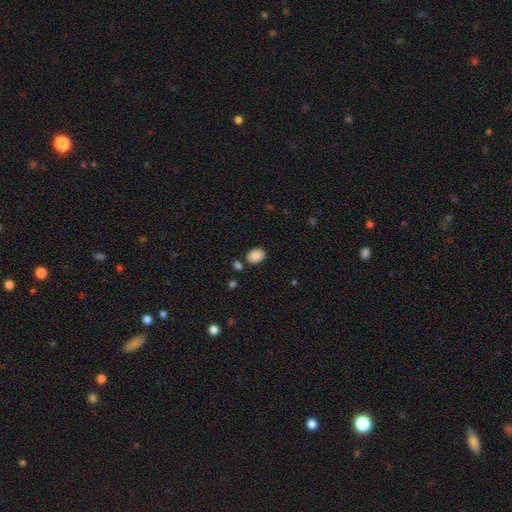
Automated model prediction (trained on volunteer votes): Smooth or featured?
  - smooth: 88% *
  - star or artifact: 8%
  - featured or disk: 5%
How rounded?
  - in between: 71% *
  - round: 28%
  - cigar-shaped: 1%
Merging?
  - none: 77% *
  - minor disturbance: 12%
  - merger: 8%
  - major disturbance: 3%